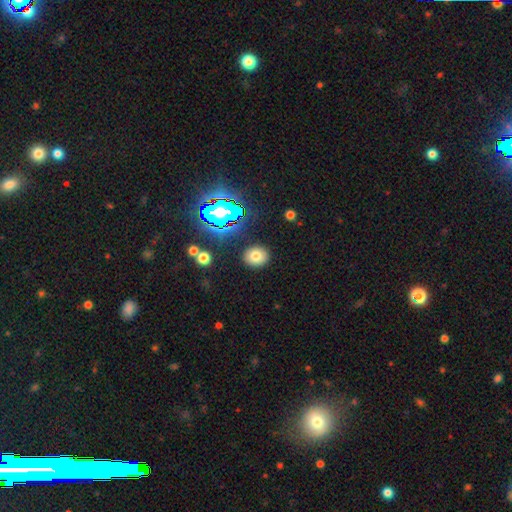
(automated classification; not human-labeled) smooth 73%, star or artifact 17%, featured or disk 10%. Down the decision tree: how rounded — round (60%); merging — none (88%).